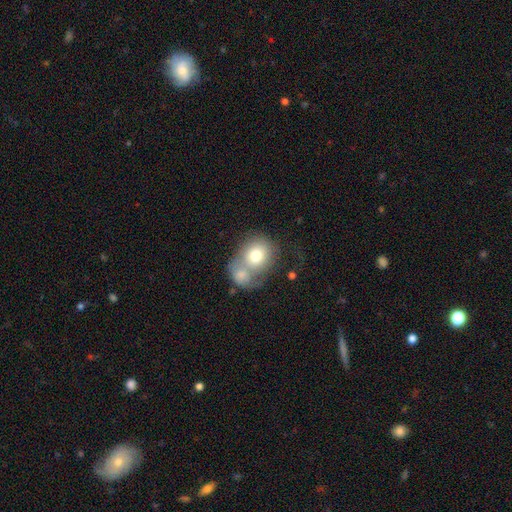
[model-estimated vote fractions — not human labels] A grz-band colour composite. It shows a smooth galaxy with no disk features (73%) that is round (69%). Merging: merger (60%).